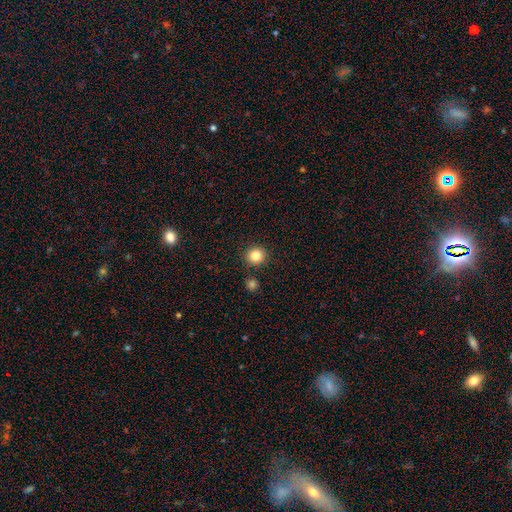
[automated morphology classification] The model was most divided on "smooth or featured": smooth: 85%, star or artifact: 11%, featured or disk: 4%. More confident: how rounded — round (93%); merging — none (88%).